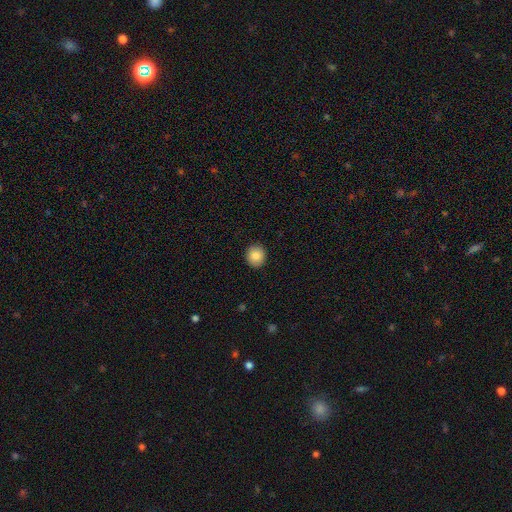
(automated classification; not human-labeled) Morphology: type=smooth (85%); roundness=round (85%); merging=none (91%).